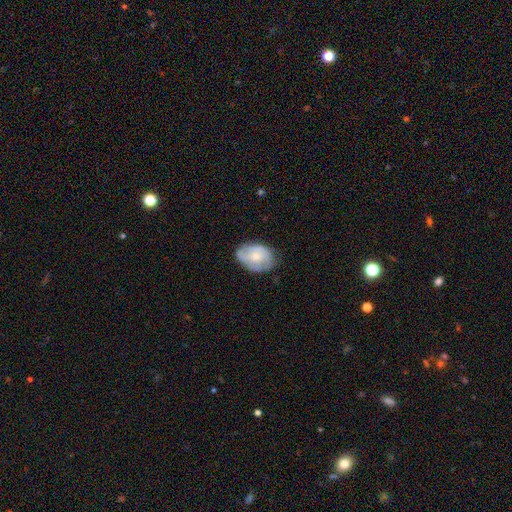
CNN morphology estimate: Smooth or featured?
  - featured or disk: 51% *
  - smooth: 43%
  - star or artifact: 6%
Edge-on disk?
  - no: 96% *
  - yes: 4%
Merging?
  - none: 64% *
  - minor disturbance: 27%
  - major disturbance: 8%
  - merger: 1%